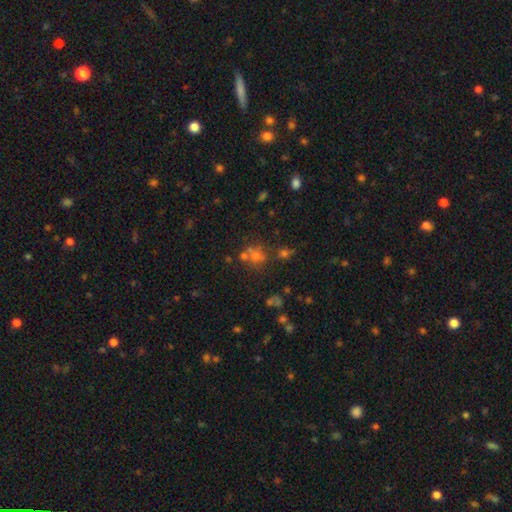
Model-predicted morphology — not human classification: smooth-or-featured: smooth: 51% | star or artifact: 35% | featured or disk: 14%
  how-rounded: round: 80% | in between: 19% | cigar-shaped: 1%
  merging: none: 57% | merger: 27% | minor disturbance: 10% | major disturbance: 6%